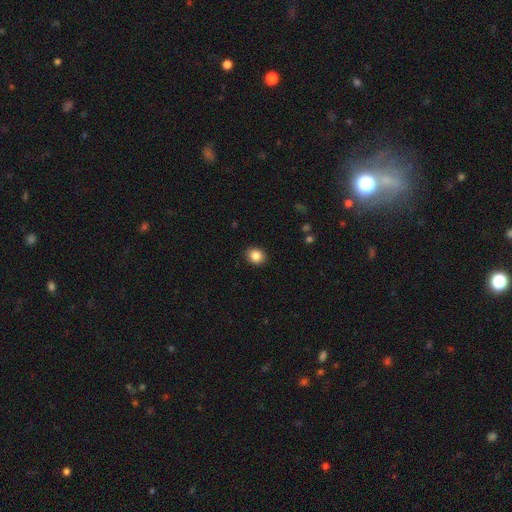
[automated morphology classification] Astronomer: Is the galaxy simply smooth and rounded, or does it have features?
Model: smooth — 85%.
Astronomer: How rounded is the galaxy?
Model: round — 65%.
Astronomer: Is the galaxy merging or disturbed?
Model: none — 91%.